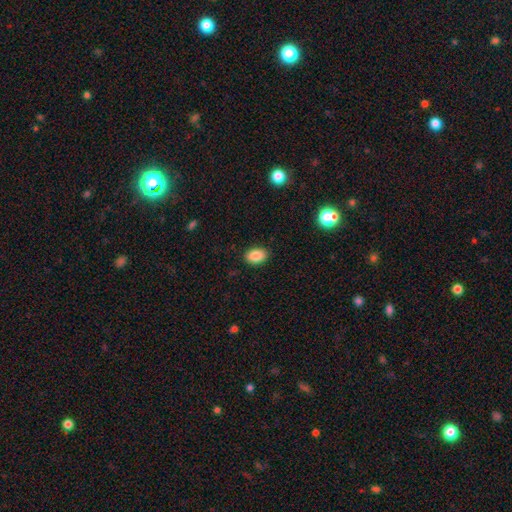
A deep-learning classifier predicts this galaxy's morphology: This appears to be a smooth galaxy with no disk features (88%) that is in between round and cigar-shaped (85%). Merging: none (89%).